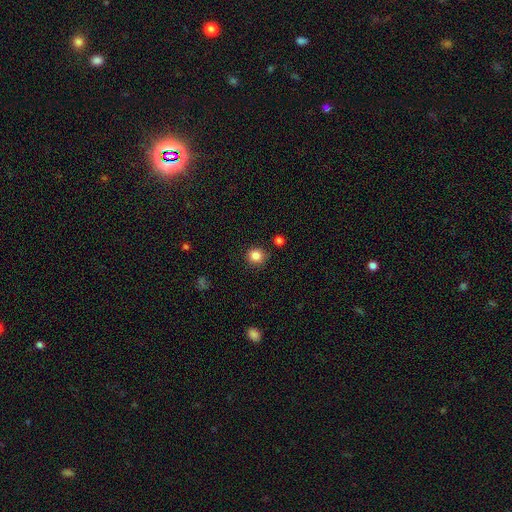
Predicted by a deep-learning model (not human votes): A smooth galaxy with no disk features (84%) that is round (92%). Merging: none (88%).